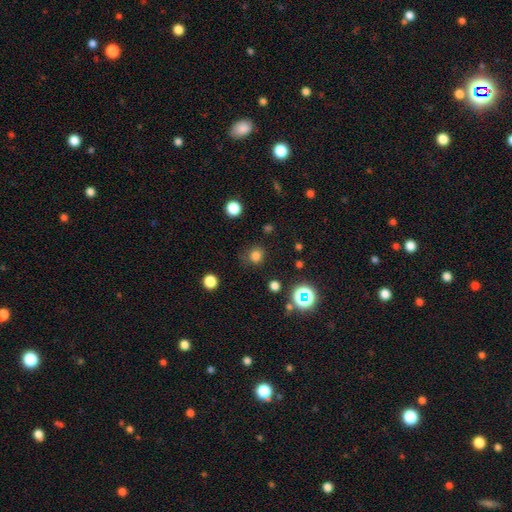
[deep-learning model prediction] The model was most divided on "smooth or featured": smooth: 76%, star or artifact: 19%, featured or disk: 5%. More confident: how rounded — round (89%); merging — none (82%).